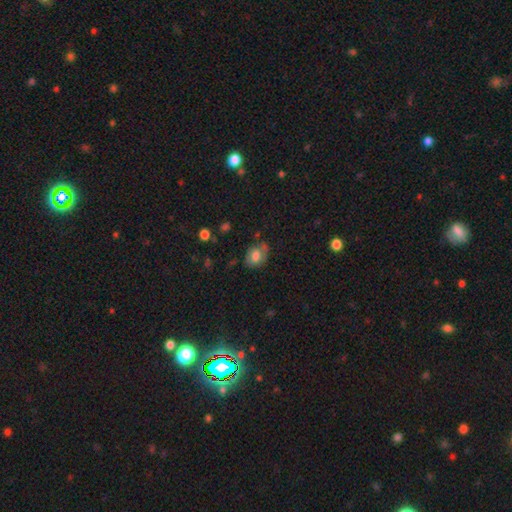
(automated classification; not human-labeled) smooth-or-featured: smooth: 68% | featured or disk: 23% | star or artifact: 9%
  how-rounded: in between: 72% | round: 27% | cigar-shaped: 1%
  merging: none: 60% | minor disturbance: 27% | major disturbance: 9% | merger: 4%